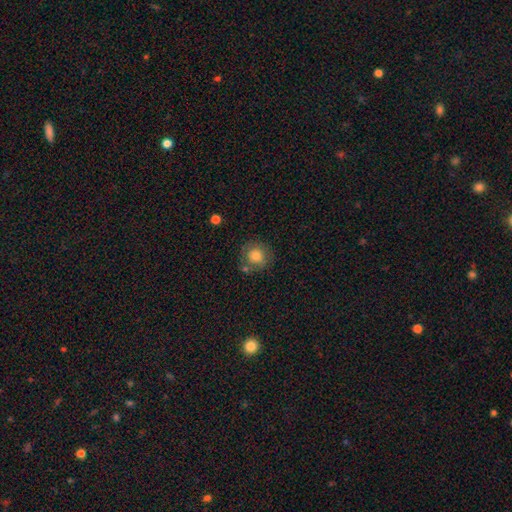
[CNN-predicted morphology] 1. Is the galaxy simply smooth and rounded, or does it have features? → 78% smooth, 13% featured or disk, 9% star or artifact.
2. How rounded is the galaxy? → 90% round, 9% in between, 1% cigar-shaped.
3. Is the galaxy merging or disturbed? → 73% none, 15% minor disturbance, 7% merger, 5% major disturbance.